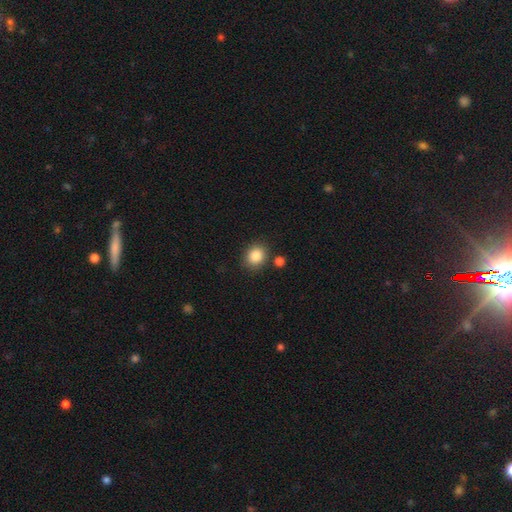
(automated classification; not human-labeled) This appears to be a smooth galaxy with no disk features (85%) that is round (69%). Merging: none (83%).